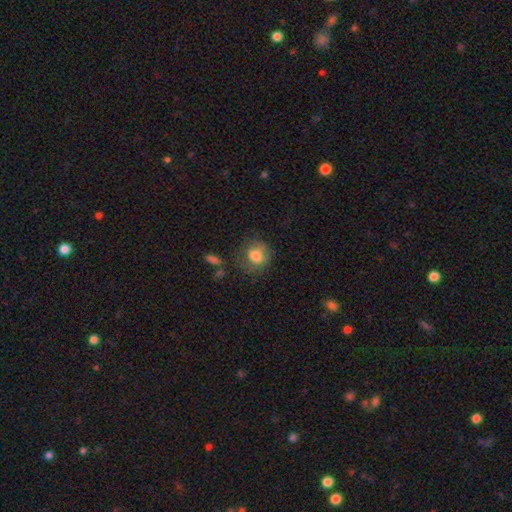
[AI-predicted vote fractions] Q: Smooth or featured?
A: smooth (75%); runner-up: featured or disk (17%)
Q: How rounded?
A: round (78%); runner-up: in between (21%)
Q: Merging?
A: none (60%); runner-up: minor disturbance (23%)